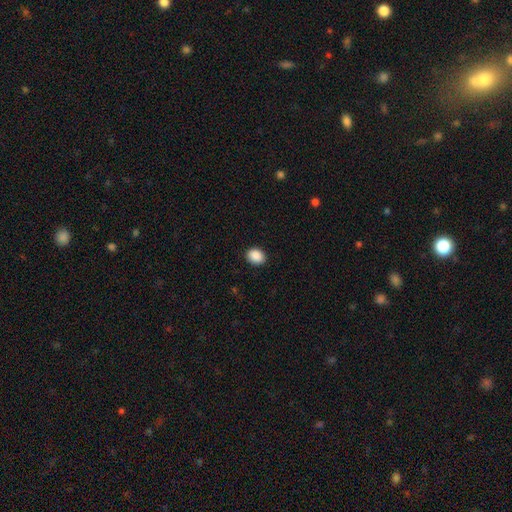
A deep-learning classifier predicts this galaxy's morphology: Smooth or featured: smooth — 90% (star or artifact — 8%)
How rounded: in between — 52% (round — 47%)
Merging: none — 90% (minor disturbance — 7%)